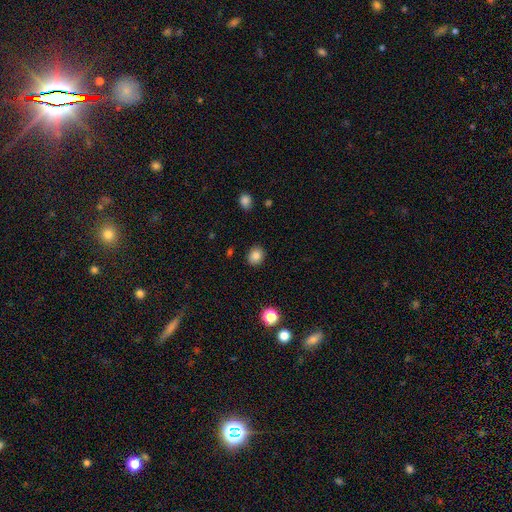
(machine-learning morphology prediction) A smooth galaxy with no disk features (83%) that is round (70%).

Vote fractions:
- Smooth or featured? smooth: 83% / star or artifact: 11% / featured or disk: 7%
- How rounded? round: 70% / in between: 29% / cigar-shaped: 1%
- Merging? none: 88% / minor disturbance: 8% / major disturbance: 2% / merger: 1%